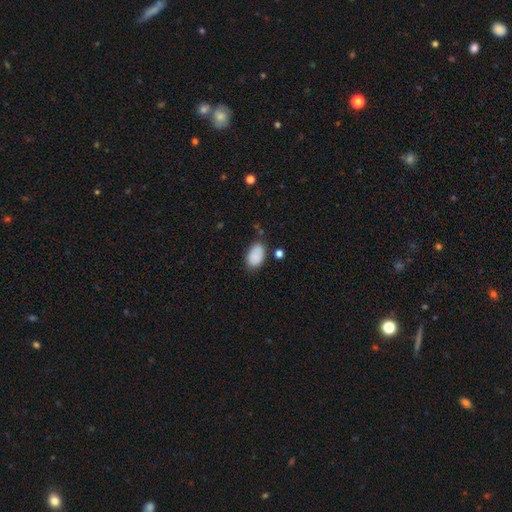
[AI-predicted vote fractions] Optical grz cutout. It shows a smooth galaxy with no disk features (88%) that is in between round and cigar-shaped (91%). Merging: none (71%).